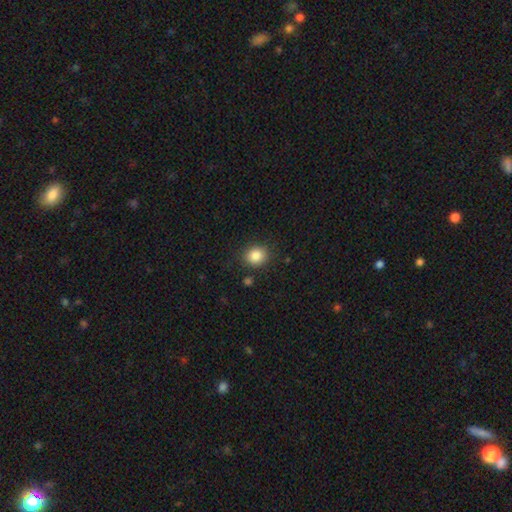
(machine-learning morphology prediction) Overall: smooth (86%). How rounded: round (76%). Merging: none (87%).